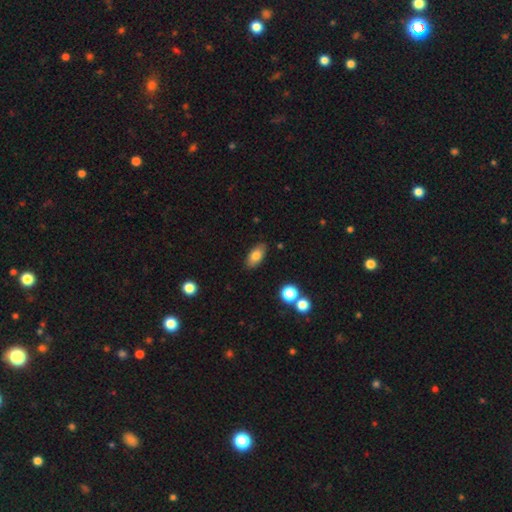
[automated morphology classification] smooth_or_featured: smooth (p=0.77) [alt: featured or disk p=0.15]
how_rounded: in between (p=0.89) [alt: cigar-shaped p=0.07]
merging: none (p=0.86) [alt: minor disturbance p=0.10]